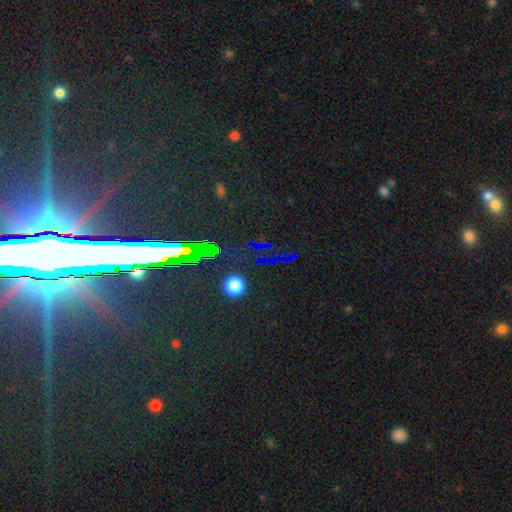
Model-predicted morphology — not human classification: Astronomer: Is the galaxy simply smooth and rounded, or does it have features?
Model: star or artifact — 77%.